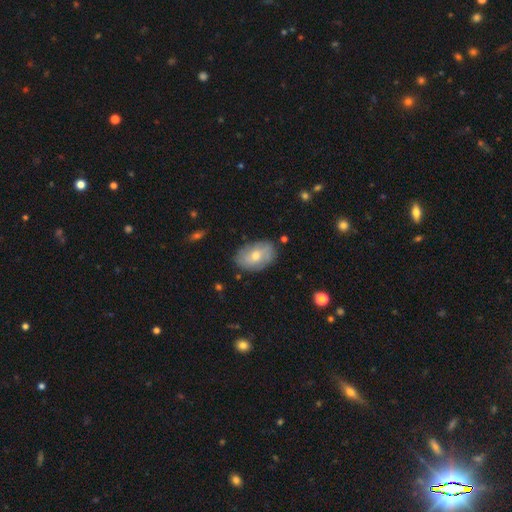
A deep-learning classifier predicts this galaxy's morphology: A smooth galaxy with no disk features (52%) that is in between round and cigar-shaped (87%). Merging: none (81%).